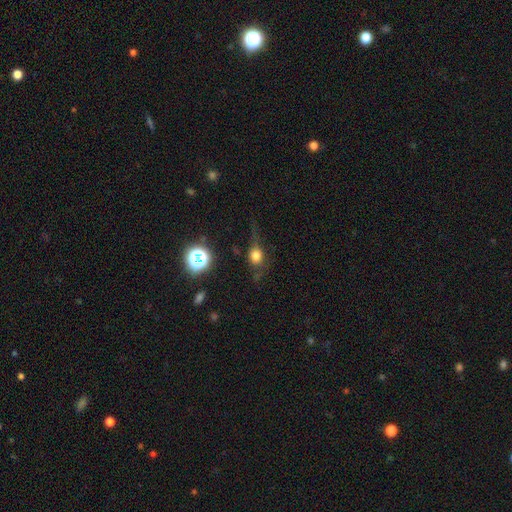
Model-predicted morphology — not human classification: This appears to be a smooth galaxy with no disk features (62%) that is round (60%). Merging: none (49%).